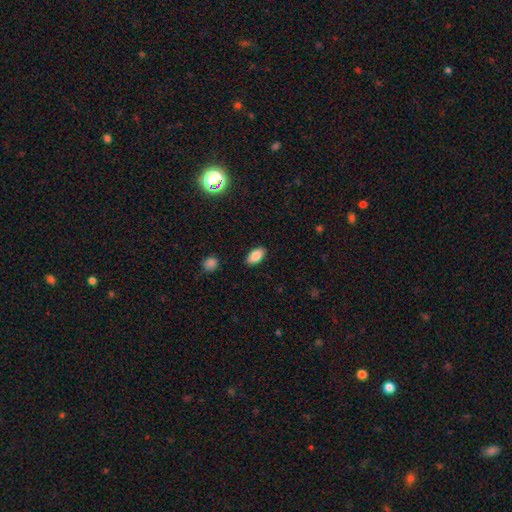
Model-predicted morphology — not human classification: This appears to be a smooth galaxy with no disk features (85%) that is in between round and cigar-shaped (92%). Merging: none (87%).